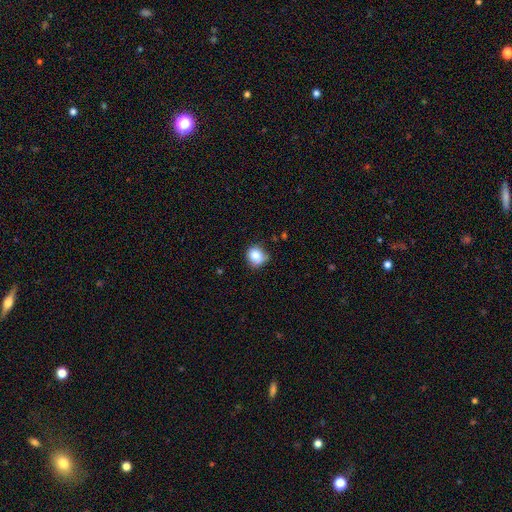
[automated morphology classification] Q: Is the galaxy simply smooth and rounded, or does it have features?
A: smooth — 82%.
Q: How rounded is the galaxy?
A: round — 82%.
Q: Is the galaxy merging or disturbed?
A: none — 66%.